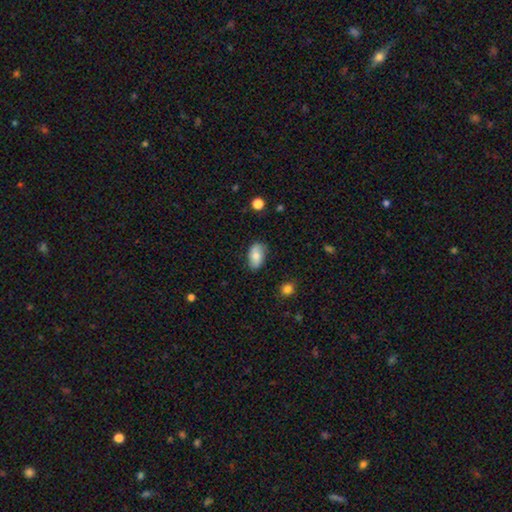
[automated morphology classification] The model was most divided on "smooth or featured": smooth: 77%, featured or disk: 16%, star or artifact: 7%. More confident: how rounded — in between (93%); merging — none (78%).